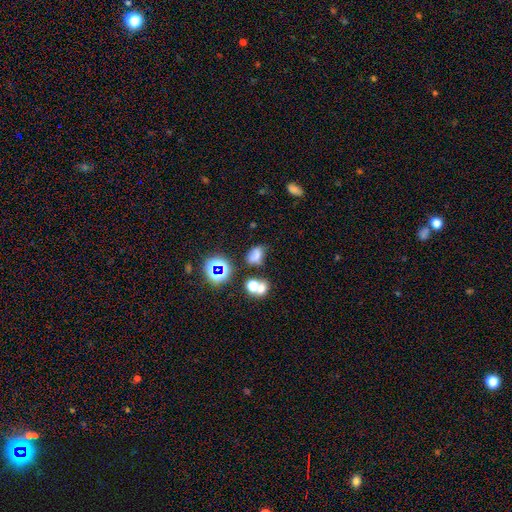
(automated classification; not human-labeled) Smooth or featured?
  - smooth: 61% *
  - star or artifact: 25%
  - featured or disk: 14%
How rounded?
  - in between: 76% *
  - round: 22%
  - cigar-shaped: 2%
Merging?
  - none: 52% *
  - minor disturbance: 21%
  - merger: 18%
  - major disturbance: 10%